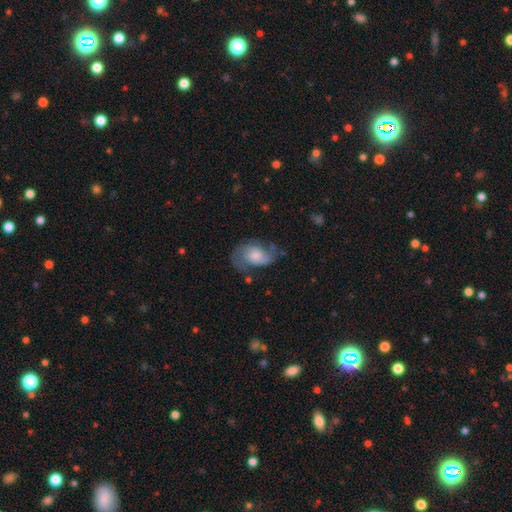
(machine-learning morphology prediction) smooth_or_featured: featured or disk (p=0.64) [alt: smooth p=0.29]
disk_edge_on: no (p=0.97) [alt: yes p=0.03]
bar: no (p=0.66) [alt: weak p=0.30]
has_spiral_arms: yes (p=0.87) [alt: no p=0.13]
spiral_winding: medium (p=0.48) [alt: loose p=0.30]
spiral_arm_count: 2 (p=0.78) [alt: can't tell p=0.11]
bulge_size: moderate (p=0.40) [alt: small p=0.29]
merging: none (p=0.52) [alt: minor disturbance p=0.26]